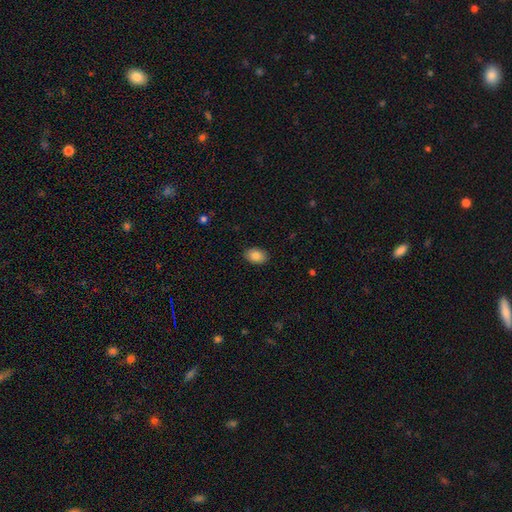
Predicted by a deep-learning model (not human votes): smooth 85%, star or artifact 8%, featured or disk 7%. Down the decision tree: how rounded — in between (86%); merging — none (89%).